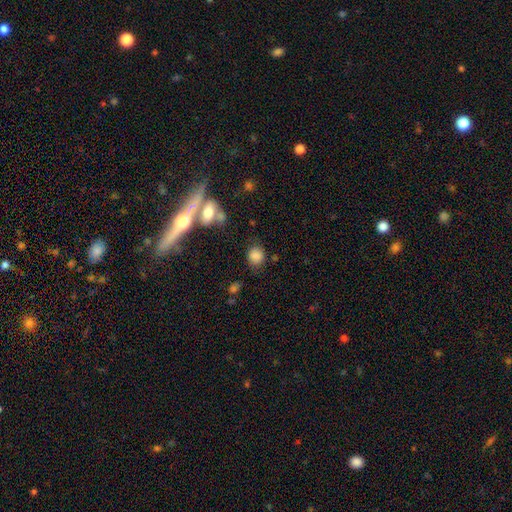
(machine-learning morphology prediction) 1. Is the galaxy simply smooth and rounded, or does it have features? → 82% smooth, 11% star or artifact, 6% featured or disk.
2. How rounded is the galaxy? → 73% round, 26% in between, 1% cigar-shaped.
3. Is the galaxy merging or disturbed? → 74% none, 14% minor disturbance, 6% merger, 5% major disturbance.